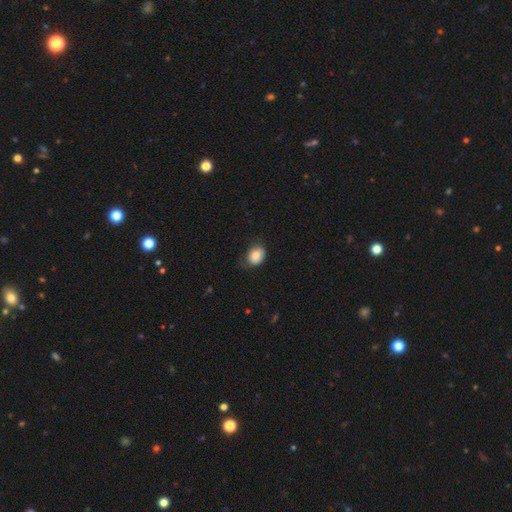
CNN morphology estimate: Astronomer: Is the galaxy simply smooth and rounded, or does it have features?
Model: smooth — 83%.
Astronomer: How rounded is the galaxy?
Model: in between — 50% (runner-up: round, 49%).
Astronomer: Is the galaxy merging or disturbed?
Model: none — 62%.